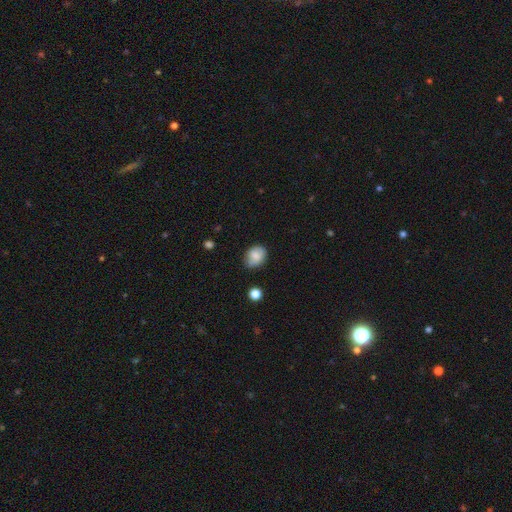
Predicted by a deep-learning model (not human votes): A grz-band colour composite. It shows a smooth galaxy with no disk features (76%) that is in between round and cigar-shaped (52%). Merging: none (65%).